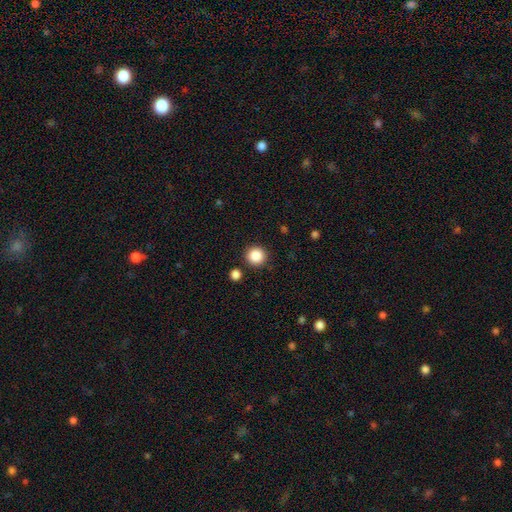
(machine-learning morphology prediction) type=smooth (87%); roundness=round (94%); merging=none (89%).